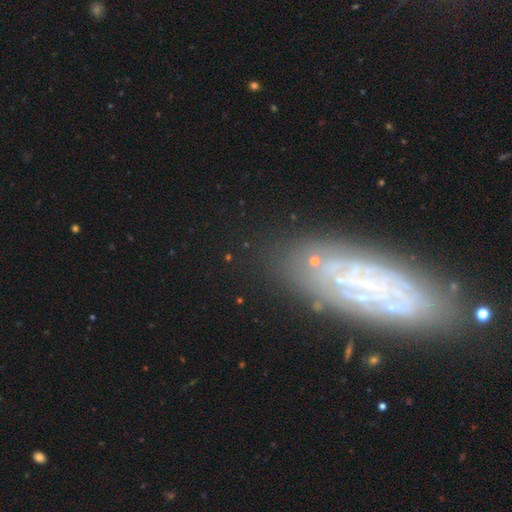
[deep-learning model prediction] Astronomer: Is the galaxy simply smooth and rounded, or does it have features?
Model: featured or disk — 66%.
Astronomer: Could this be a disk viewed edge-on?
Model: no — 81%.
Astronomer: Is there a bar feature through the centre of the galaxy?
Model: no — 73%.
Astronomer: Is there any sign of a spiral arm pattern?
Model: yes — 68%.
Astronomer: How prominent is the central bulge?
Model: small — 64%.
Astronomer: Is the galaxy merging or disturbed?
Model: none — 79%.